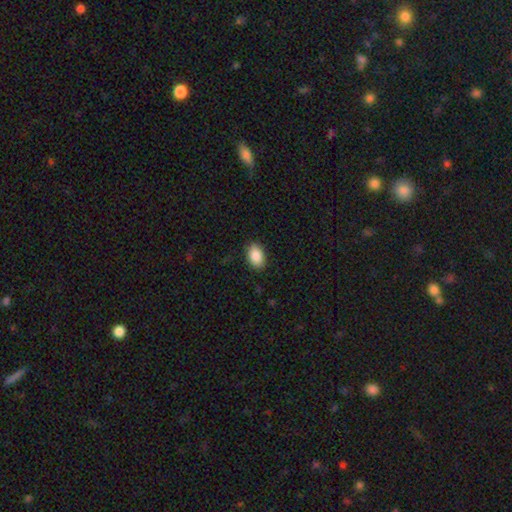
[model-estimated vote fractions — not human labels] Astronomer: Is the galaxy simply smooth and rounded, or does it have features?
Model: smooth — 89%.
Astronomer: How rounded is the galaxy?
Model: in between — 90%.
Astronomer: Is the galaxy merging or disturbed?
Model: none — 88%.